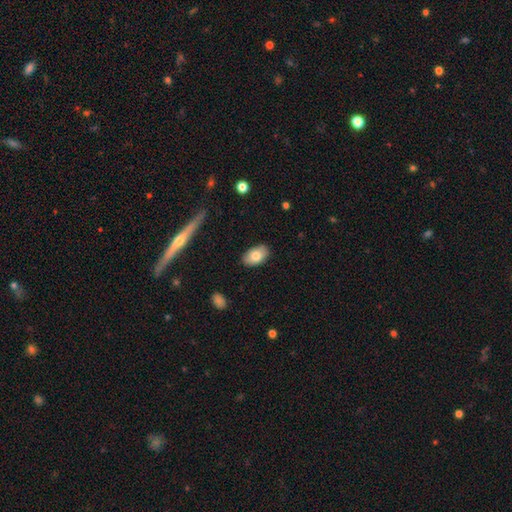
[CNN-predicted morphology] smooth_or_featured: smooth (p=0.80) [alt: featured or disk p=0.13]
how_rounded: in between (p=0.92) [alt: round p=0.06]
merging: none (p=0.84) [alt: minor disturbance p=0.13]